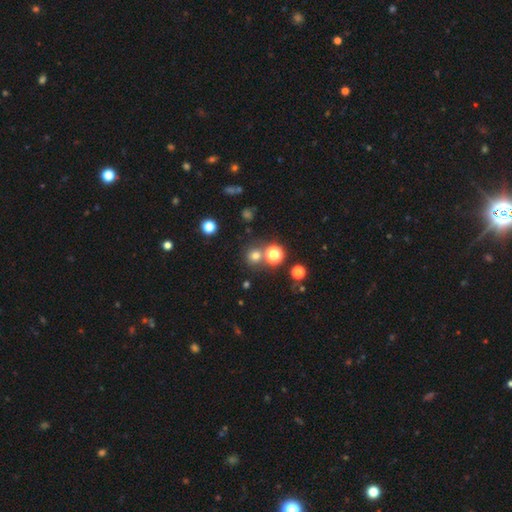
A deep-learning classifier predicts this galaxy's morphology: Smooth or featured? smooth (69%)
How rounded? round (90%)
Merging? none (73%)